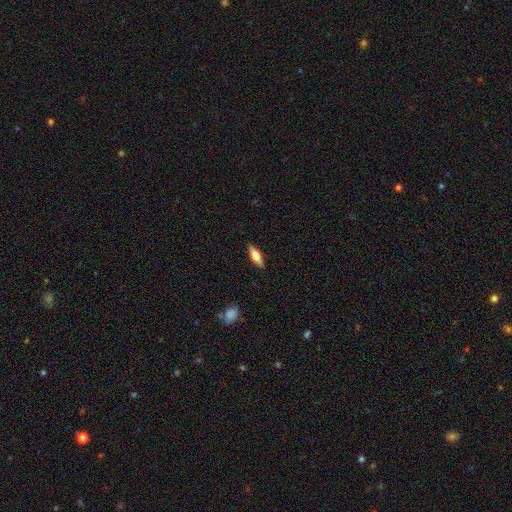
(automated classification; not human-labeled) Morphology: type=smooth (51%); roundness=cigar-shaped (49%); merging=none (88%).